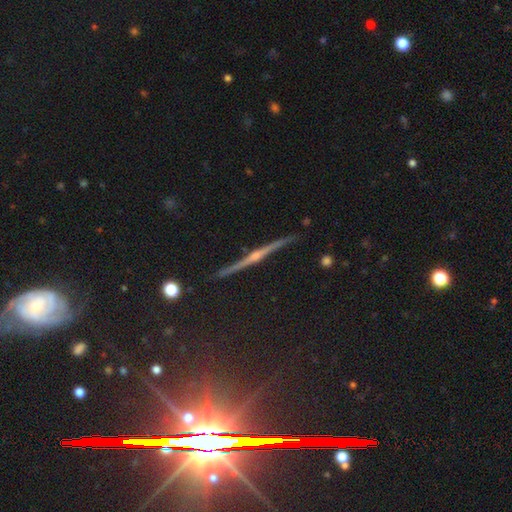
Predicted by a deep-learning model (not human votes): Overall: featured or disk (79%). Edge-on disk: yes (97%). Edge-on bulge: rounded (84%). Merging: none (88%).